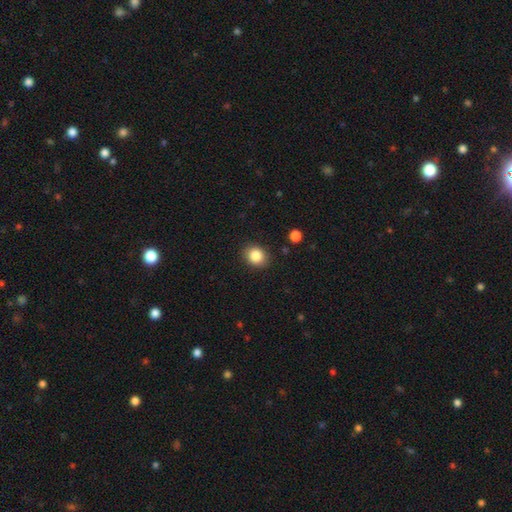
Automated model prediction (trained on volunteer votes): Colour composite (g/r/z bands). It shows a smooth galaxy with no disk features (85%) that is round (59%). Merging: none (88%).